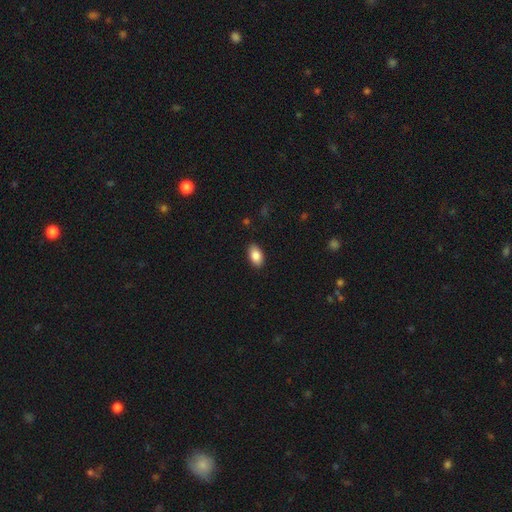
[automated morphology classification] Smooth or featured: smooth — 87% (star or artifact — 7%)
How rounded: in between — 93% (round — 5%)
Merging: none — 89% (minor disturbance — 8%)